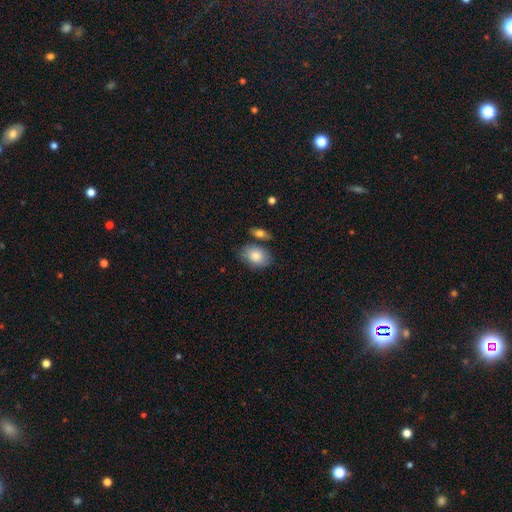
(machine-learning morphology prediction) Q: Smooth or featured?
A: smooth (83%); runner-up: featured or disk (11%)
Q: How rounded?
A: in between (78%); runner-up: round (21%)
Q: Merging?
A: none (70%); runner-up: minor disturbance (16%)